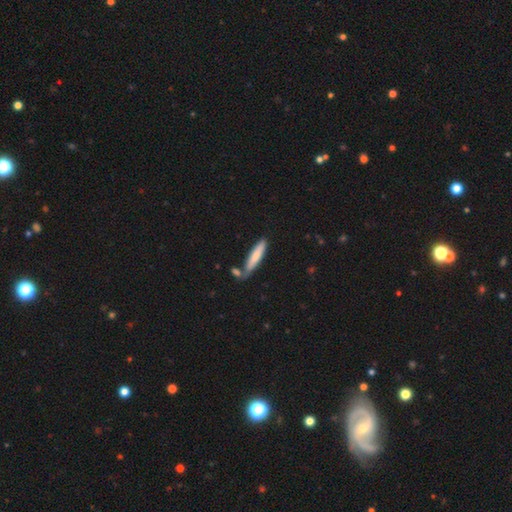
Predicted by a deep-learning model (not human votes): Smooth or featured? smooth (76%)
How rounded? cigar-shaped (85%)
Merging? none (66%)